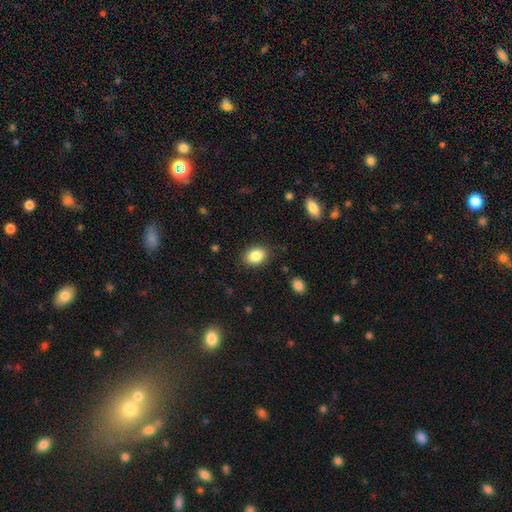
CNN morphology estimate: smooth 86%, star or artifact 8%, featured or disk 6%. Down the decision tree: how rounded — in between (68%); merging — none (85%).